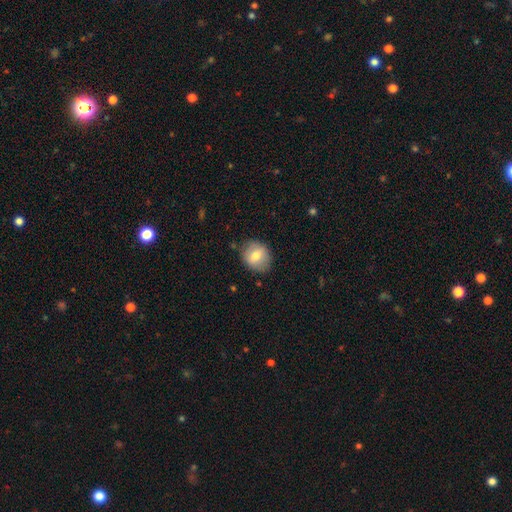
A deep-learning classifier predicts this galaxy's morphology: This is likely a smooth galaxy (68%). How rounded: likely round (66%). Merging: clearly none (82%).